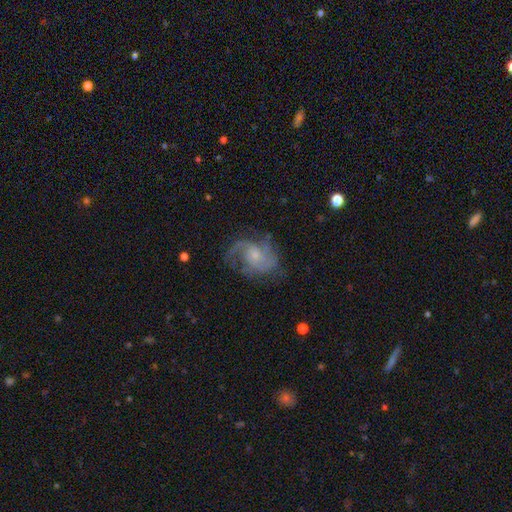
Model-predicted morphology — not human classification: This appears to be a featured or disk galaxy (82%) with no bar (69%), 2 (50%) medium (51%) spiral arms (95%) and a small central bulge (65%). Merging: none (64%).